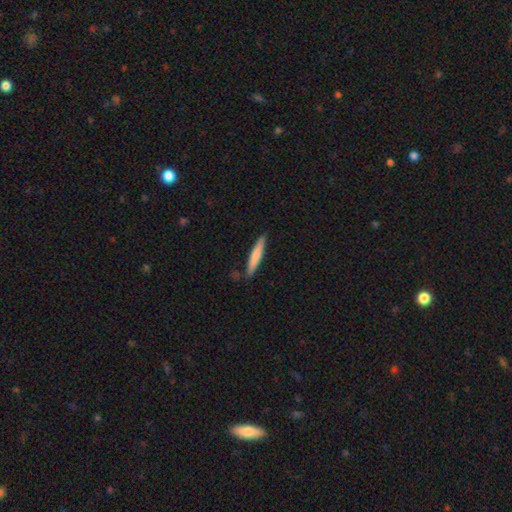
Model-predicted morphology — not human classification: Smooth or featured? Predicted: smooth (p=0.71). How rounded? Predicted: cigar-shaped (p=0.93). Merging? Predicted: none (p=0.86).